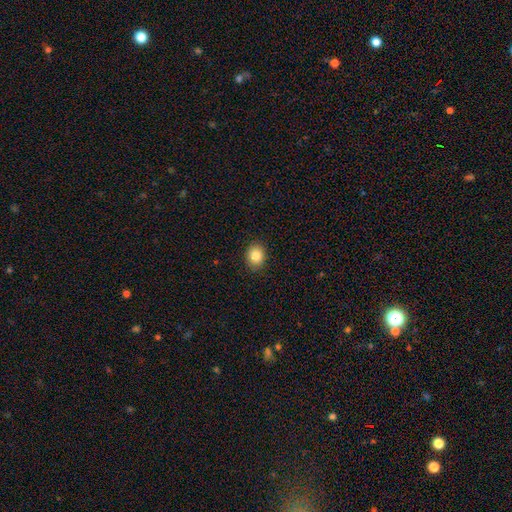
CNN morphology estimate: smooth 85%, star or artifact 9%, featured or disk 6%. Down the decision tree: how rounded — round (61%); merging — none (90%).